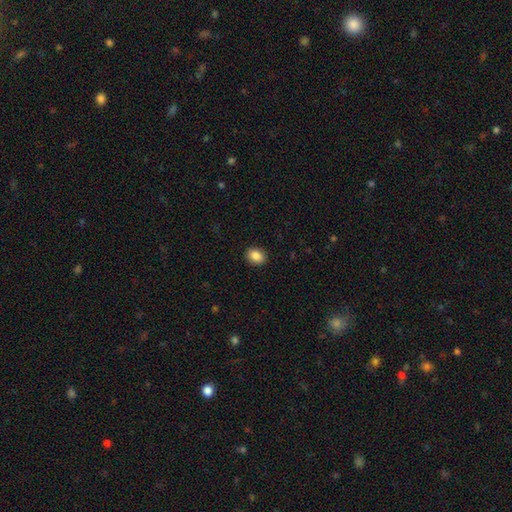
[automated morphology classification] Smooth or featured? Predicted: smooth (p=0.87). How rounded? Predicted: in between (p=0.60). Merging? Predicted: none (p=0.91).